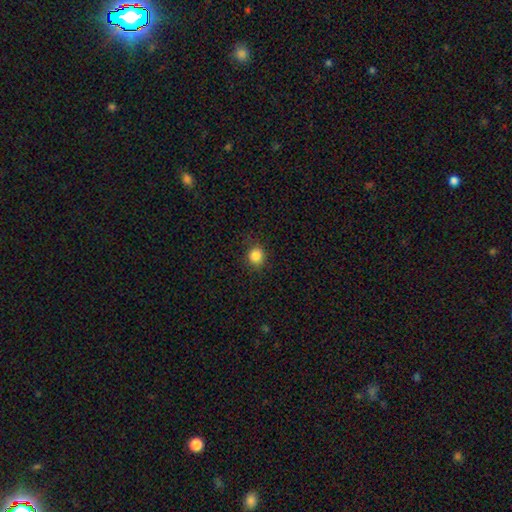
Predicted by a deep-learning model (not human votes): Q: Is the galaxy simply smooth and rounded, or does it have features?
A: smooth — 85%.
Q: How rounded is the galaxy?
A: round — 88%.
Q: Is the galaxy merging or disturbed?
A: none — 88%.